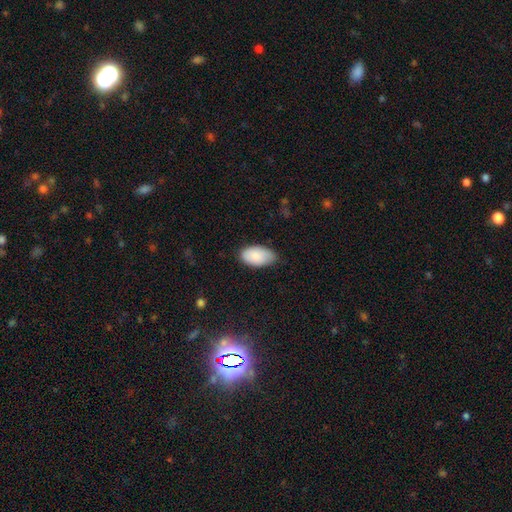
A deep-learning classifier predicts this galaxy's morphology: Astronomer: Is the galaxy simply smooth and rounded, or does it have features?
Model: smooth — 86%.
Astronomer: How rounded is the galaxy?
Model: in between — 95%.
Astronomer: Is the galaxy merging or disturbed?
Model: none — 71%.